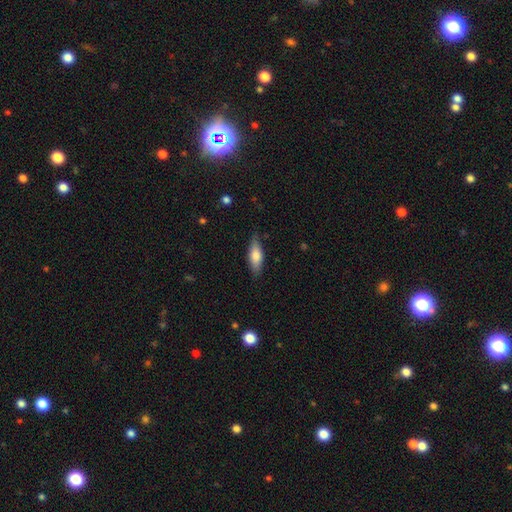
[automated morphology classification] The model was most divided on "how rounded": in between: 65%, cigar-shaped: 33%, round: 2%. More confident: merging — none (81%); smooth or featured — smooth (73%).